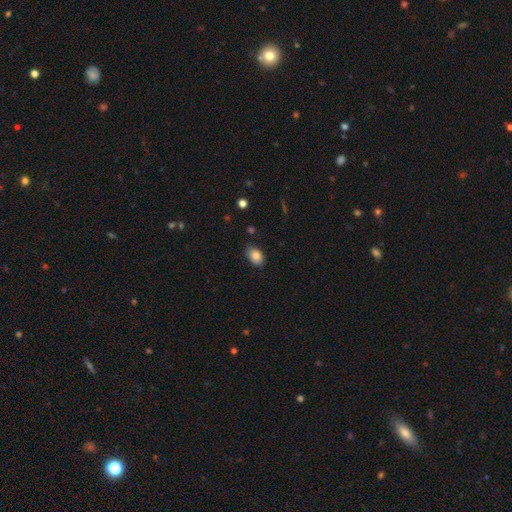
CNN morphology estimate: type=smooth (85%); roundness=in between (86%); merging=none (82%).